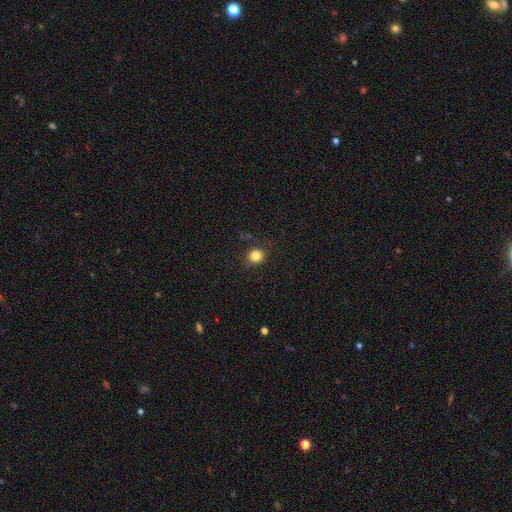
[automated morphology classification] Overall: smooth (83%). How rounded: round (85%). Merging: none (85%).